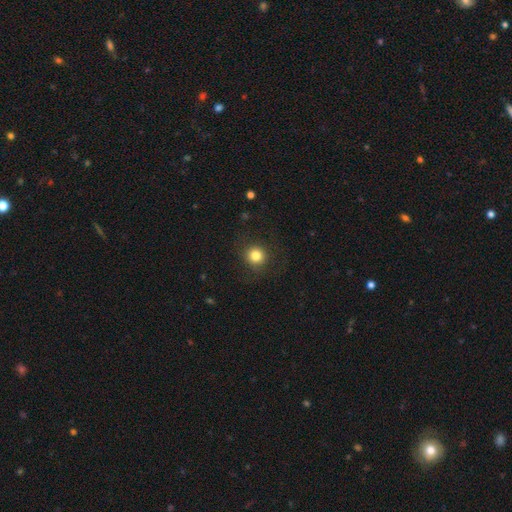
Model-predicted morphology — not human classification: Overall: smooth (82%). How rounded: round (92%). Merging: none (86%).